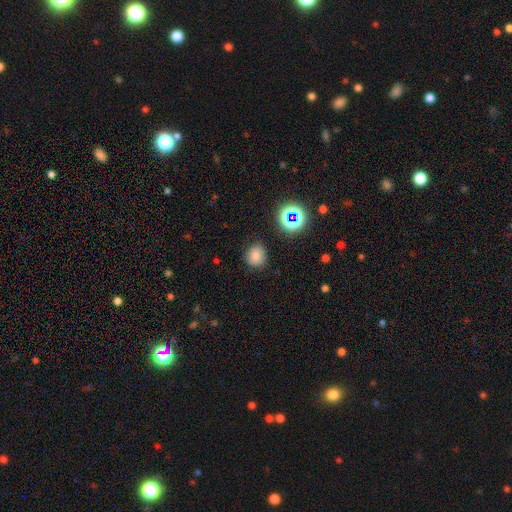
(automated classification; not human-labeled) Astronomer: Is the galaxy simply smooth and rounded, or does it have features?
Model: smooth — 74%.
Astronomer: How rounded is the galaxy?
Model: round — 78%.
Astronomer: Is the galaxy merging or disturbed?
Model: none — 83%.